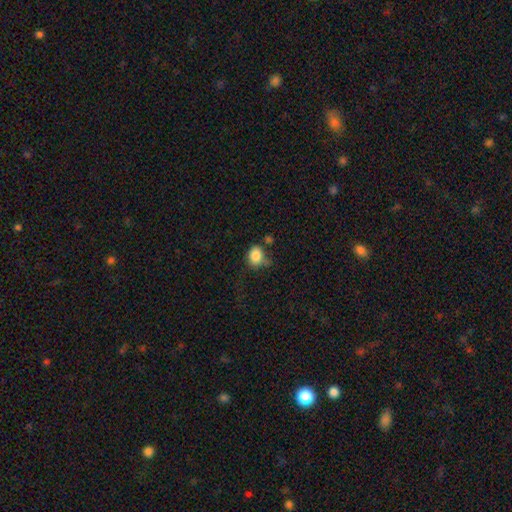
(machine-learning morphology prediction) smooth_or_featured: smooth (p=0.84) [alt: star or artifact p=0.10]
how_rounded: round (p=0.56) [alt: in between p=0.43]
merging: none (p=0.47) [alt: minor disturbance p=0.31]